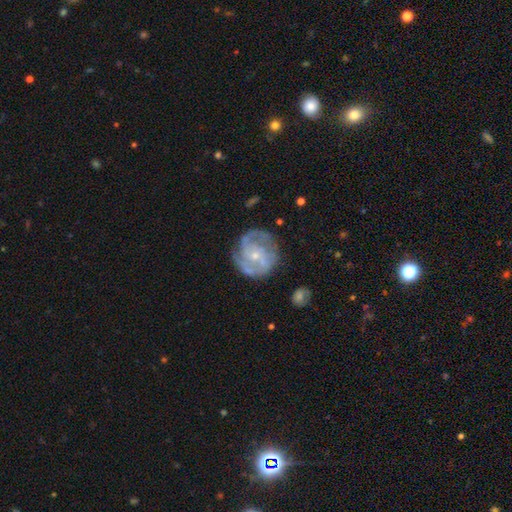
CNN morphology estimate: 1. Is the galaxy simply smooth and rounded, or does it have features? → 79% featured or disk, 15% smooth, 6% star or artifact.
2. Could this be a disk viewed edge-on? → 98% no, 2% yes.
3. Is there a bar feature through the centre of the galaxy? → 65% no, 29% weak, 6% strong.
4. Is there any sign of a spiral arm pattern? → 87% yes, 13% no.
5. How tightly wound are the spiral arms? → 44% tight, 41% medium, 15% loose.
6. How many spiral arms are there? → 36% 2, 27% can't tell, 22% 3, 5% 4, 5% 1, 4% more than 4.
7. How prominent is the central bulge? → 71% small, 24% moderate, 2% none, 1% large, 1% dominant.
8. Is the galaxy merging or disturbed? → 66% none, 21% minor disturbance, 11% major disturbance, 2% merger.